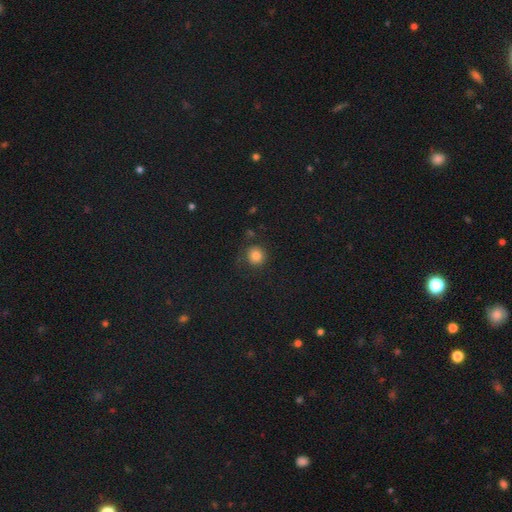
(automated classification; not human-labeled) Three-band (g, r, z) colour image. It shows a smooth galaxy with no disk features (83%) that is round (91%). Merging: none (79%).